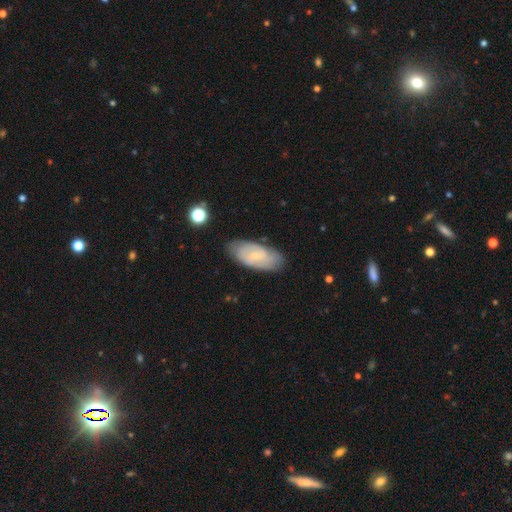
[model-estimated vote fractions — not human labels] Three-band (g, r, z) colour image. It shows a featured or disk galaxy (59%) with no bar (54%), spiral arms (83%) and a small central bulge (75%). Merging: none (77%).